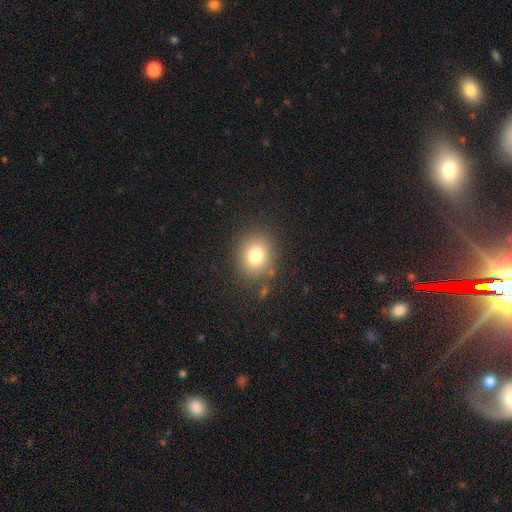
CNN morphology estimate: A smooth galaxy with no disk features (80%) that is round (62%).

Vote fractions:
- Smooth or featured? smooth: 80% / star or artifact: 11% / featured or disk: 8%
- How rounded? round: 62% / in between: 37% / cigar-shaped: 1%
- Merging? none: 83% / minor disturbance: 10% / major disturbance: 4% / merger: 3%